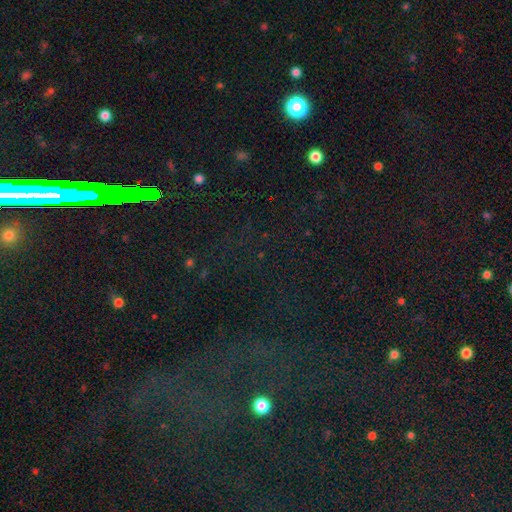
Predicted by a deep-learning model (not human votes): A star or artifact, not a galaxy (76%).

Vote fractions:
- Smooth or featured? star or artifact: 76% / smooth: 14% / featured or disk: 10%